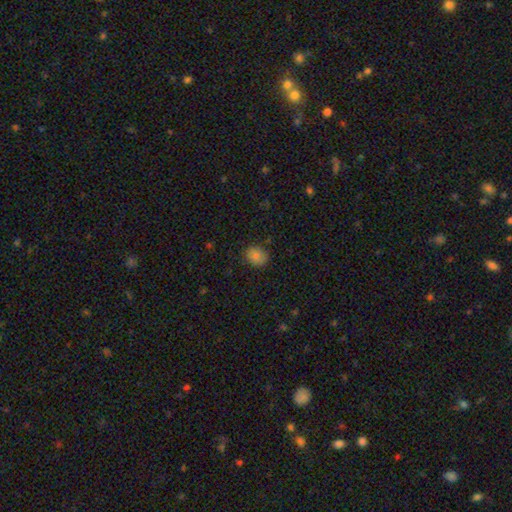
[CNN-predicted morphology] Smooth or featured? Predicted: smooth (p=0.81). How rounded? Predicted: round (p=0.62). Merging? Predicted: none (p=0.83).